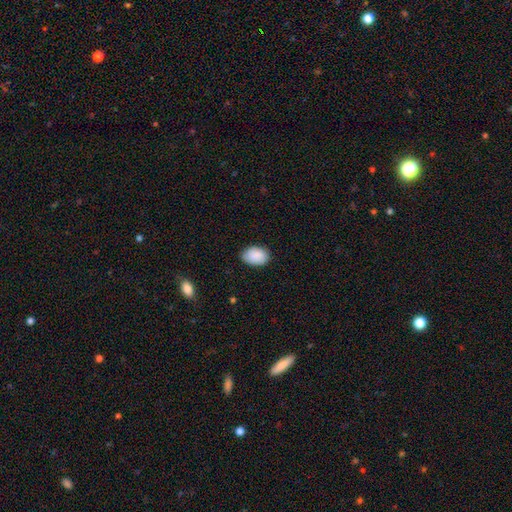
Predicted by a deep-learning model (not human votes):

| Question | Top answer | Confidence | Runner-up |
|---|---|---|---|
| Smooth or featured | smooth | 90% | star or artifact (6%) |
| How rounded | in between | 87% | round (12%) |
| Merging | none | 81% | minor disturbance (15%) |